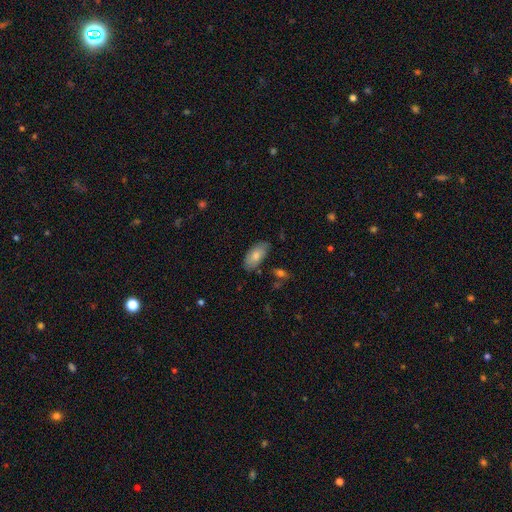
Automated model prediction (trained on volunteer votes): Morphology: type=smooth (76%); roundness=in between (93%); merging=none (77%).